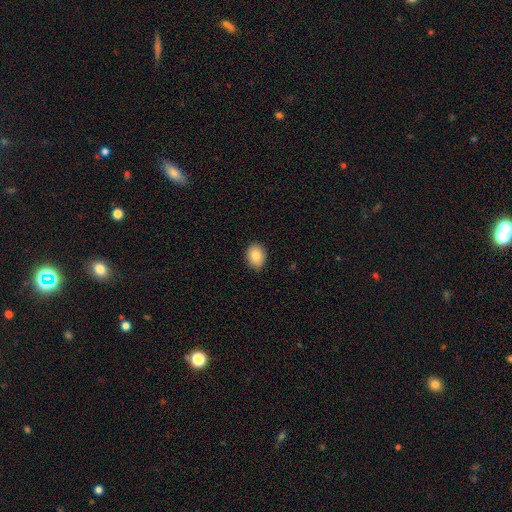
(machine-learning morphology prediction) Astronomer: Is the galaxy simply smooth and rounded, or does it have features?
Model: smooth — 84%.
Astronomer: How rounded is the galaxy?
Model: in between — 55% (runner-up: round, 44%).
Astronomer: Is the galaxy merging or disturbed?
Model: none — 85%.